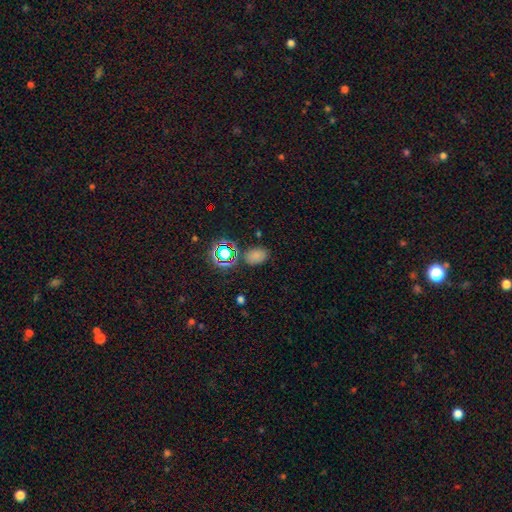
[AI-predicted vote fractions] smooth_or_featured: smooth (p=0.67) [alt: star or artifact p=0.27]
how_rounded: in between (p=0.80) [alt: round p=0.18]
merging: none (p=0.78) [alt: minor disturbance p=0.14]